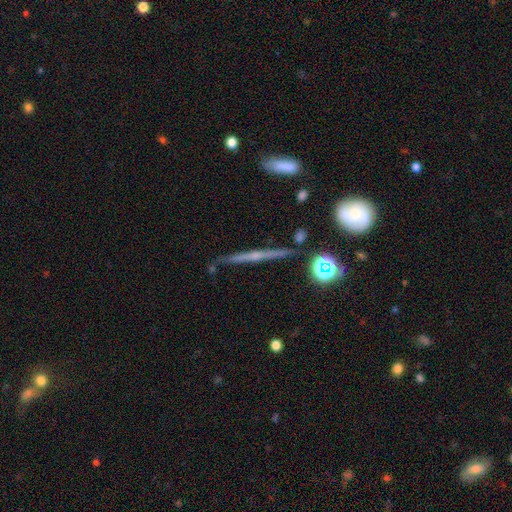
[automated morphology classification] A featured or disk galaxy (72%) viewed edge-on (96%) with a rounded central bulge (57%). Merging: none (88%).